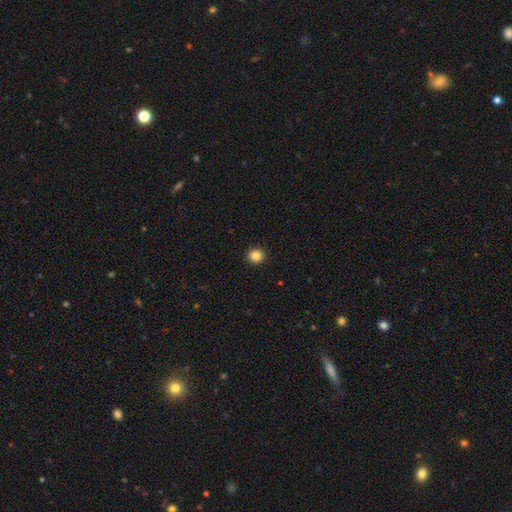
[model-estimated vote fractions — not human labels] Smooth or featured: smooth — 86% (star or artifact — 11%)
How rounded: round — 90% (in between — 9%)
Merging: none — 93% (minor disturbance — 5%)